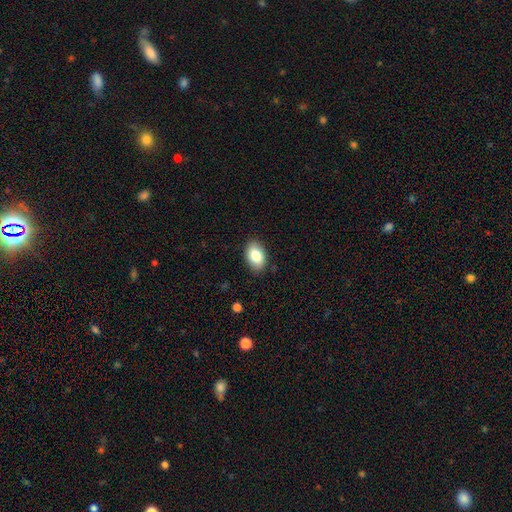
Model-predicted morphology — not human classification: smooth-or-featured: smooth: 84% | featured or disk: 9% | star or artifact: 7%
  how-rounded: in between: 90% | round: 8% | cigar-shaped: 1%
  merging: none: 87% | minor disturbance: 10% | major disturbance: 2% | merger: 1%